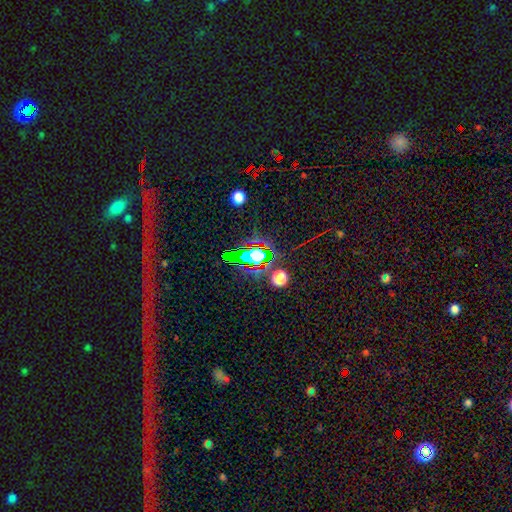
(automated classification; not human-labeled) Q: Smooth or featured?
A: star or artifact (59%); runner-up: smooth (25%)